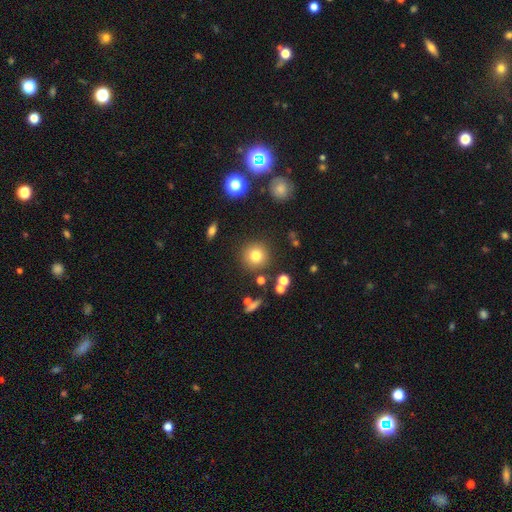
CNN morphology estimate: Smooth or featured? smooth (77%)
How rounded? round (94%)
Merging? none (86%)